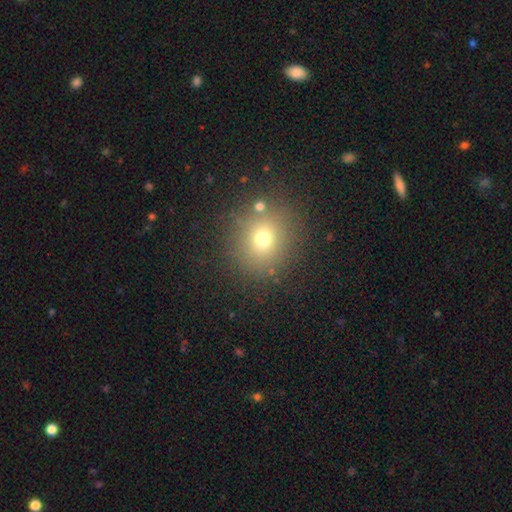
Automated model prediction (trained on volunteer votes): Smooth or featured?
  - smooth: 64% *
  - star or artifact: 25%
  - featured or disk: 11%
How rounded?
  - round: 85% *
  - in between: 14%
  - cigar-shaped: 1%
Merging?
  - none: 86% *
  - minor disturbance: 8%
  - merger: 4%
  - major disturbance: 3%